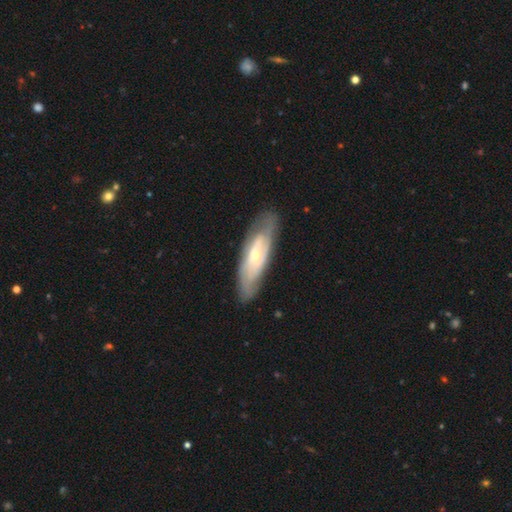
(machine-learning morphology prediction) This appears to be a featured or disk galaxy (68%) with no bar (65%), spiral arms (78%) and a small central bulge (61%). Merging: none (78%).